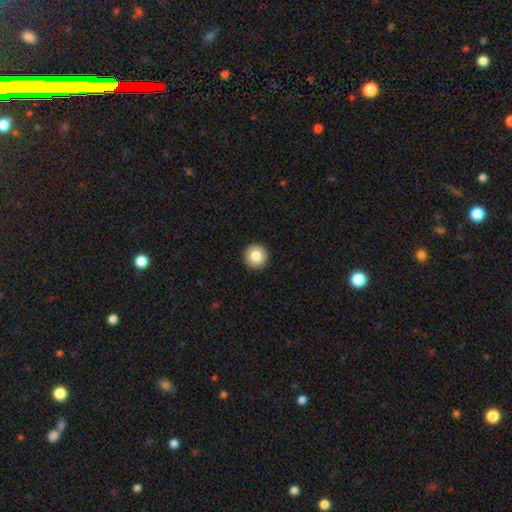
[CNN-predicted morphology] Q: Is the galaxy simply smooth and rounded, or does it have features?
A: smooth — 83%.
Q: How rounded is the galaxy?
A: round — 96%.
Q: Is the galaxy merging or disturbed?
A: none — 94%.